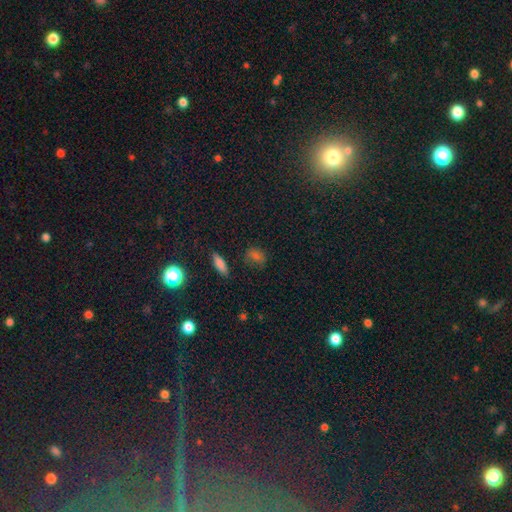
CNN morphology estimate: smooth-or-featured: smooth: 62% | star or artifact: 28% | featured or disk: 10%
  how-rounded: in between: 53% | round: 38% | cigar-shaped: 8%
  merging: none: 77% | minor disturbance: 15% | major disturbance: 4% | merger: 3%